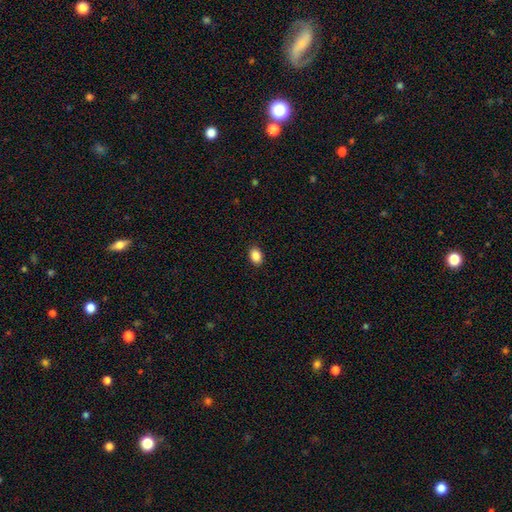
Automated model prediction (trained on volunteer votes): Q: Smooth or featured?
A: smooth (88%); runner-up: star or artifact (8%)
Q: How rounded?
A: in between (78%); runner-up: round (21%)
Q: Merging?
A: none (90%); runner-up: minor disturbance (7%)